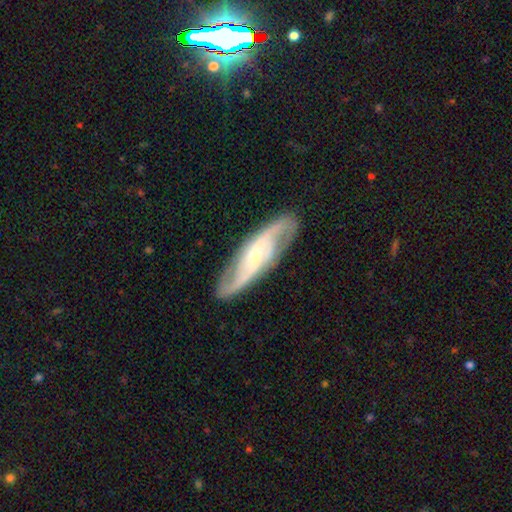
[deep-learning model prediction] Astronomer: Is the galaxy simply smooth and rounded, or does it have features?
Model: featured or disk — 84%.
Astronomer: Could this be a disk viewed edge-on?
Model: no — 88%.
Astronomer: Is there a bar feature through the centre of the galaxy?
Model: weak — 41% (runner-up: no, 30%).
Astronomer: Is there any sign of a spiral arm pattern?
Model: yes — 96%.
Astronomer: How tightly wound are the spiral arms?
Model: medium — 48% (runner-up: loose, 30%).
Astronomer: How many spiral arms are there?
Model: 2 — 85%.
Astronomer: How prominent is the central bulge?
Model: small — 63%.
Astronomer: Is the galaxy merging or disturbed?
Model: none — 83%.